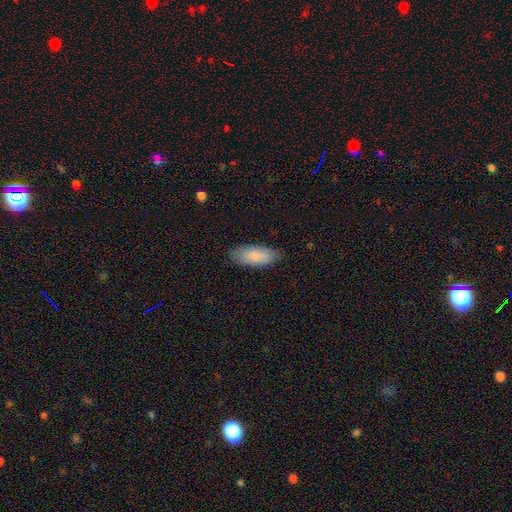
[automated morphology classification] Q: Smooth or featured?
A: smooth (86%); runner-up: featured or disk (8%)
Q: How rounded?
A: in between (82%); runner-up: cigar-shaped (16%)
Q: Merging?
A: none (83%); runner-up: minor disturbance (13%)